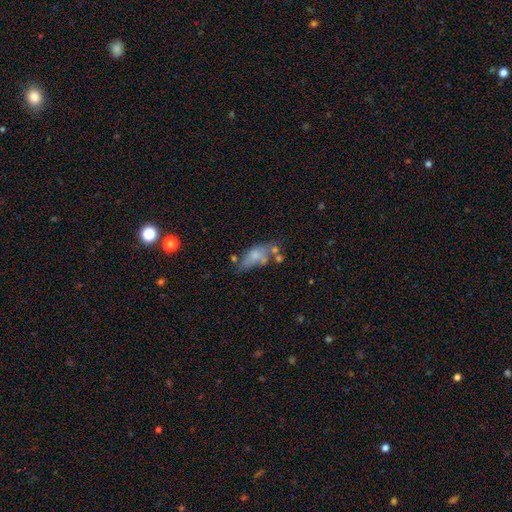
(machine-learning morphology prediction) This appears to be a smooth galaxy with no disk features (57%) that is in between round and cigar-shaped (81%). Merging: none (33%).